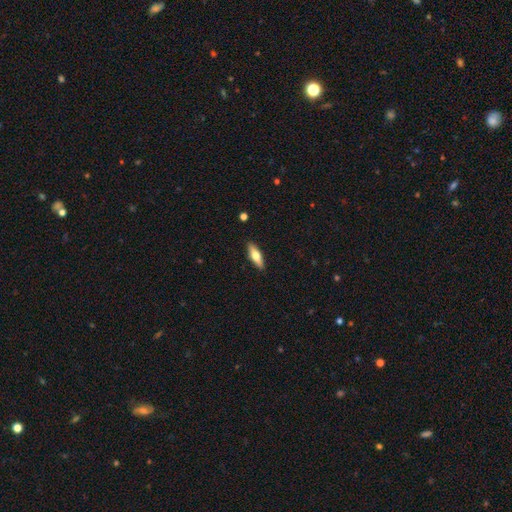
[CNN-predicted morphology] This appears to be a smooth galaxy with no disk features (57%) that is cigar-shaped (51%). Merging: none (89%).